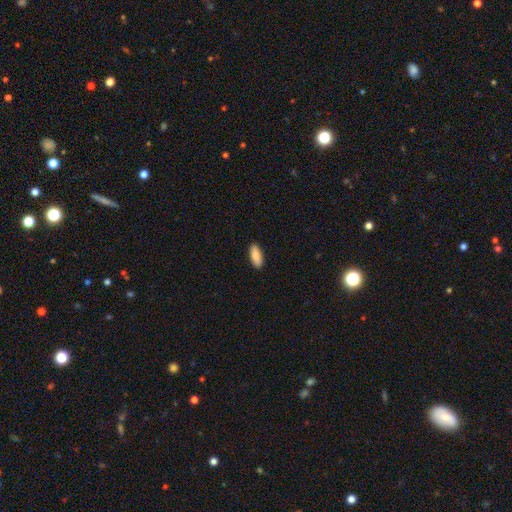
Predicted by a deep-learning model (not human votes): This is clearly a smooth galaxy (87%). How rounded: likely in between (76%). Merging: clearly none (90%).